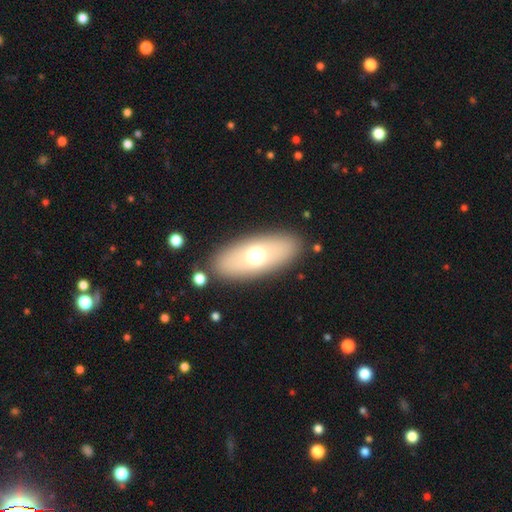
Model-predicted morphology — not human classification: smooth_or_featured: smooth (p=0.63) [alt: featured or disk p=0.28]
how_rounded: in between (p=0.82) [alt: cigar-shaped p=0.12]
merging: none (p=0.86) [alt: minor disturbance p=0.08]